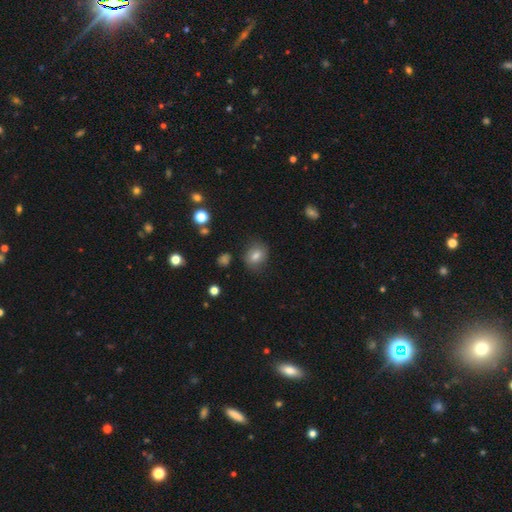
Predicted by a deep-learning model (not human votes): smooth-or-featured: smooth: 76% | featured or disk: 12% | star or artifact: 12%
  how-rounded: round: 51% | in between: 48% | cigar-shaped: 1%
  merging: none: 79% | minor disturbance: 15% | major disturbance: 4% | merger: 2%